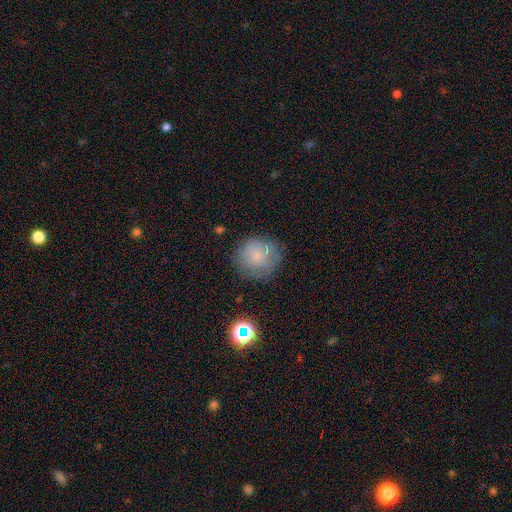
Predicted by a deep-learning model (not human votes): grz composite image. It shows a smooth galaxy with no disk features (65%) that is round (86%). Merging: none (68%).